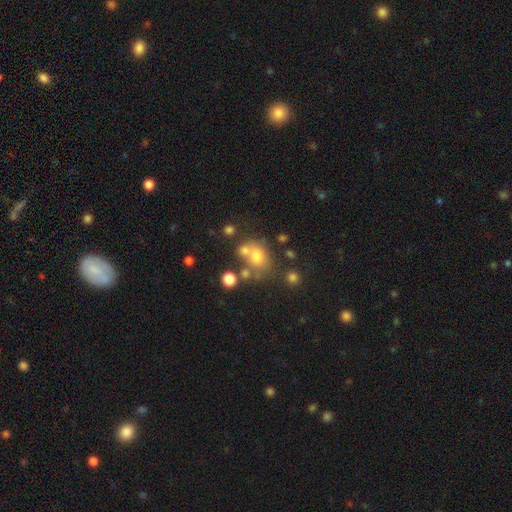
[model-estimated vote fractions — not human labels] Morphology: type=smooth (65%); roundness=round (55%); merging=none (46%).